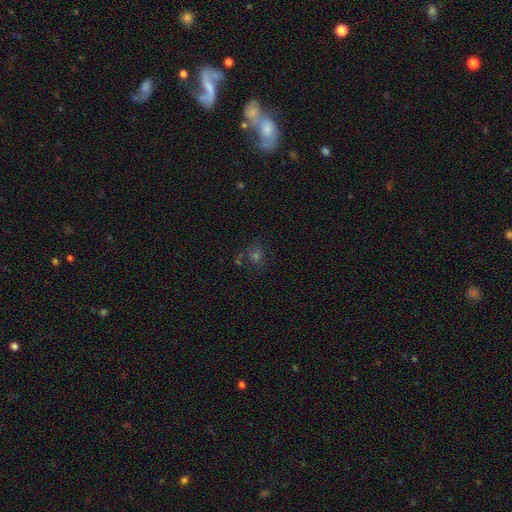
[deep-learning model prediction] The model was most divided on "smooth or featured": smooth: 43%, star or artifact: 38%, featured or disk: 19%. More confident: merging — none (72%).